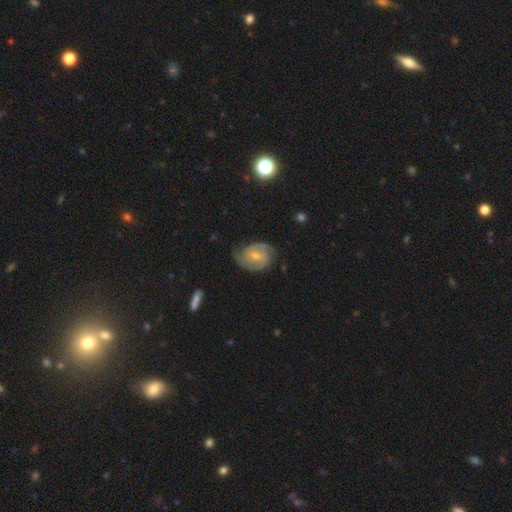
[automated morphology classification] Smooth or featured?
  - featured or disk: 80% *
  - smooth: 14%
  - star or artifact: 5%
Edge-on disk?
  - no: 98% *
  - yes: 2%
Bar?
  - weak: 48% *
  - no: 42%
  - strong: 11%
Spiral arms?
  - yes: 95% *
  - no: 5%
Spiral winding?
  - tight: 44% * (tied)
  - medium: 44% * (tied)
  - loose: 12%
Spiral arm count?
  - 2: 81% *
  - can't tell: 9%
  - 3: 5%
  - 1: 2%
  - 4: 2%
  - more than 4: 2%
Bulge size?
  - small: 58% *
  - moderate: 37%
  - none: 3%
  - large: 2%
  - dominant: 1%
Merging?
  - none: 71% *
  - minor disturbance: 20%
  - major disturbance: 7%
  - merger: 1%